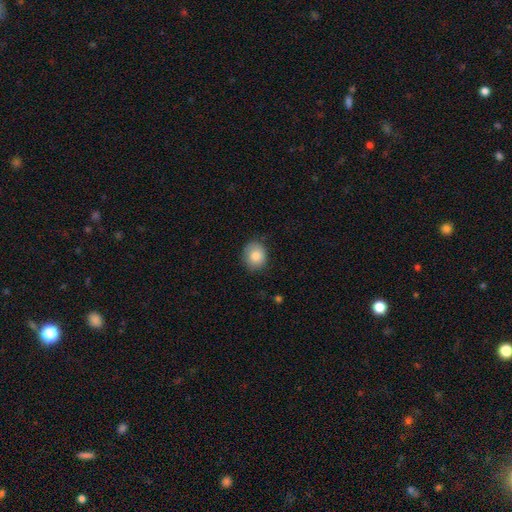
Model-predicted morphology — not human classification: A smooth galaxy with no disk features (83%) that is round (65%).

Vote fractions:
- Smooth or featured? smooth: 83% / featured or disk: 9% / star or artifact: 8%
- How rounded? round: 65% / in between: 35% / cigar-shaped: 1%
- Merging? none: 79% / minor disturbance: 17% / major disturbance: 3% / merger: 1%